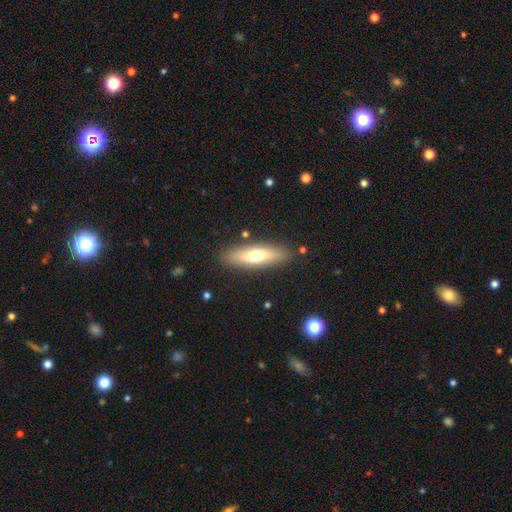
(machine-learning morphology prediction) smooth 62%, featured or disk 32%, star or artifact 6%. Down the decision tree: how rounded — cigar-shaped (61%); merging — none (86%).